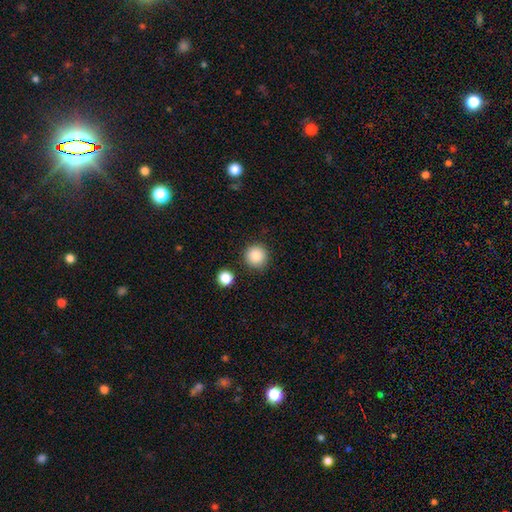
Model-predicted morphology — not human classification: smooth-or-featured: smooth: 87% | star or artifact: 9% | featured or disk: 4%
  how-rounded: round: 95% | in between: 4% | cigar-shaped: 1%
  merging: none: 89% | minor disturbance: 6% | merger: 3% | major disturbance: 2%